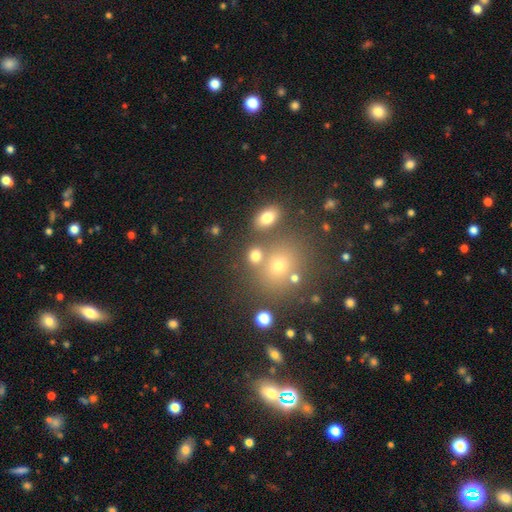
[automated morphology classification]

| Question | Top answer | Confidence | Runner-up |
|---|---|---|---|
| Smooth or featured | smooth | 73% | star or artifact (17%) |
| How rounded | round | 66% | in between (33%) |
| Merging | none | 64% | merger (20%) |